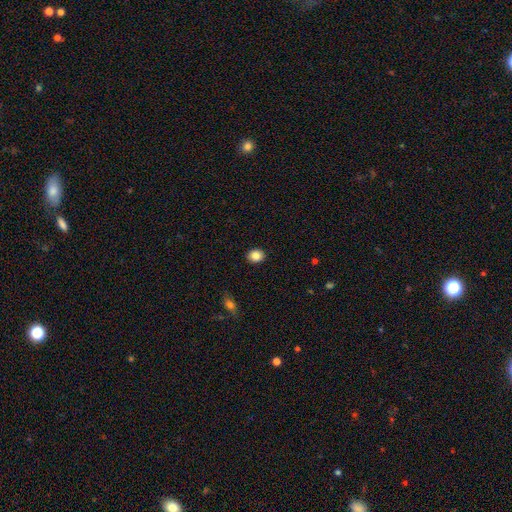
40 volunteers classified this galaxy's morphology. A smooth galaxy with no disk features (80%) that is in between round and cigar-shaped (66%).

Vote fractions:
- Smooth or featured? smooth: 80% / featured or disk: 15% / star or artifact: 5%
- How rounded? in between: 66% / round: 34% / cigar-shaped: 0%
- Merging? none: 95% / minor disturbance: 3% / major disturbance: 3% / merger: 0%